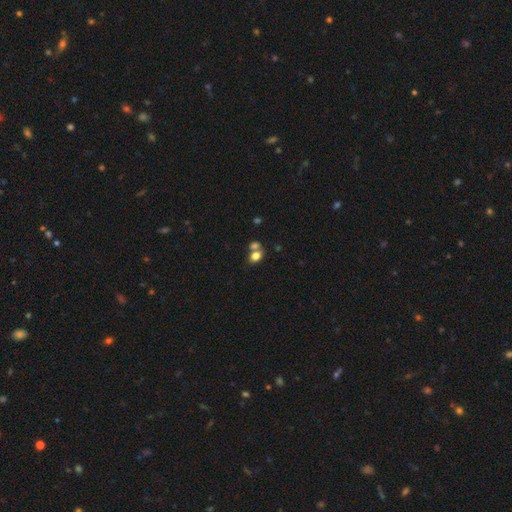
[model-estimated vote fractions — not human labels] Smooth or featured?
  - smooth: 78% *
  - star or artifact: 11%
  - featured or disk: 10%
How rounded?
  - in between: 69% *
  - round: 30%
  - cigar-shaped: 2%
Merging?
  - merger: 44% *
  - none: 42%
  - minor disturbance: 10%
  - major disturbance: 4%